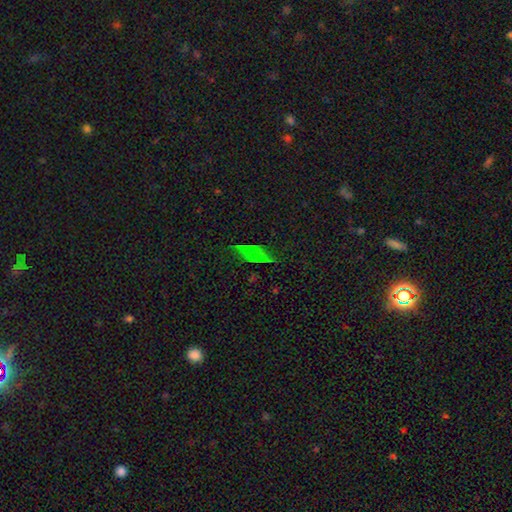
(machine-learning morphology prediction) Smooth or featured? Predicted: star or artifact (p=0.52).